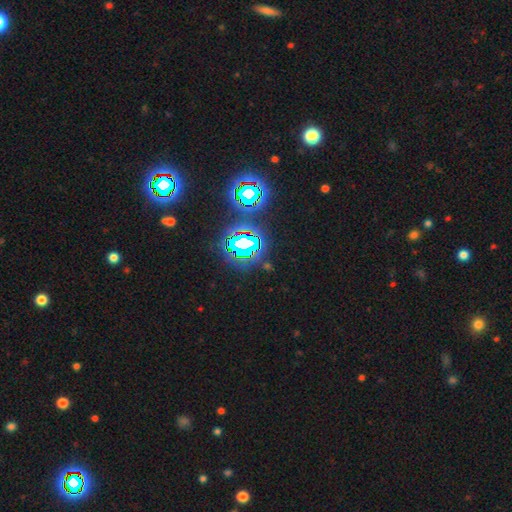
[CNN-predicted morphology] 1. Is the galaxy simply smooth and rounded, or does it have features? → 81% star or artifact, 11% smooth, 8% featured or disk.